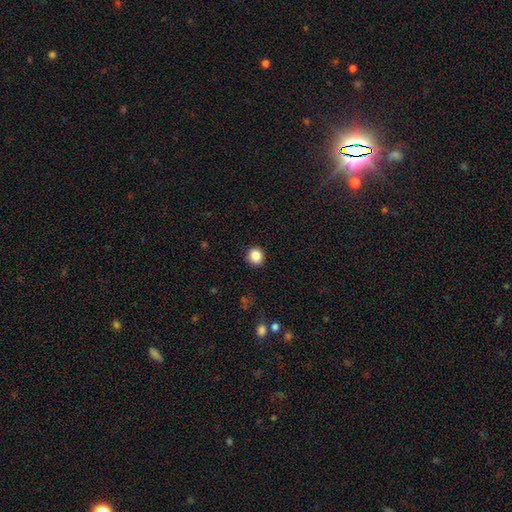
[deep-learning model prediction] Smooth or featured?
  - smooth: 86% *
  - star or artifact: 10%
  - featured or disk: 3%
How rounded?
  - round: 90% *
  - in between: 9%
  - cigar-shaped: 1%
Merging?
  - none: 91% *
  - minor disturbance: 6%
  - major disturbance: 2%
  - merger: 1%